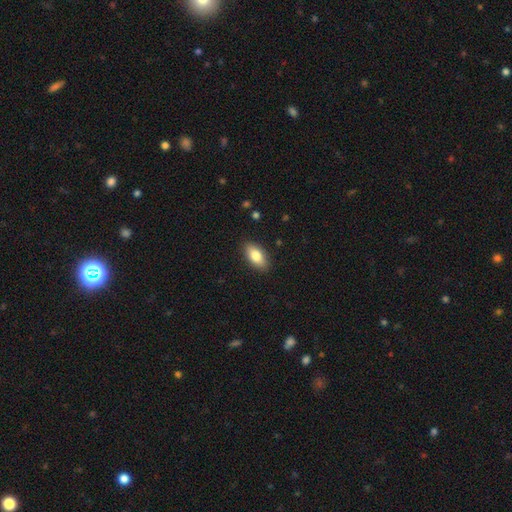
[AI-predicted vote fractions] The model was most divided on "smooth or featured": smooth: 80%, featured or disk: 13%, star or artifact: 7%. More confident: how rounded — in between (89%); merging — none (88%).